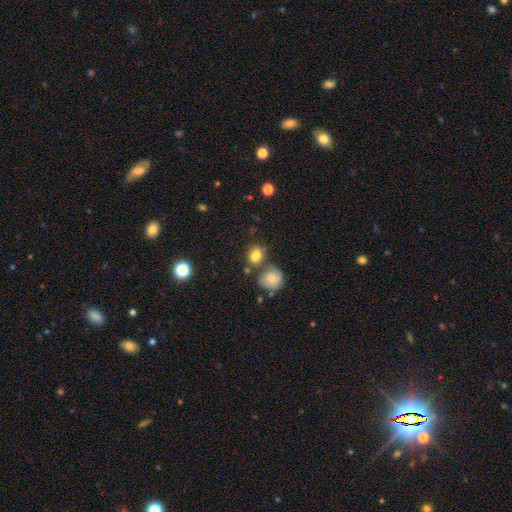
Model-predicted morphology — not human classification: type=smooth (82%); roundness=in between (59%); merging=none (55%).